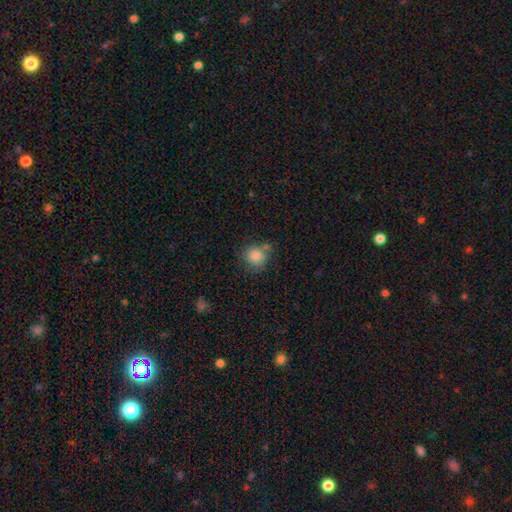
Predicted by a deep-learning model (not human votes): This appears to be a smooth galaxy with no disk features (84%) that is round (83%). Merging: none (65%).